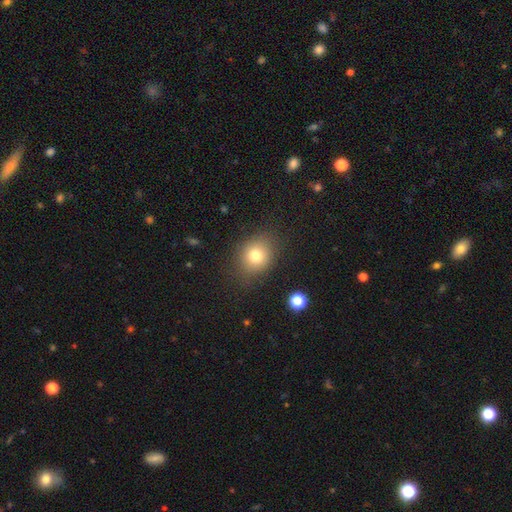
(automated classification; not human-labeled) A smooth galaxy with no disk features (76%) that is round (63%).

Vote fractions:
- Smooth or featured? smooth: 76% / star or artifact: 13% / featured or disk: 11%
- How rounded? round: 63% / in between: 36% / cigar-shaped: 1%
- Merging? none: 81% / minor disturbance: 13% / major disturbance: 5% / merger: 2%